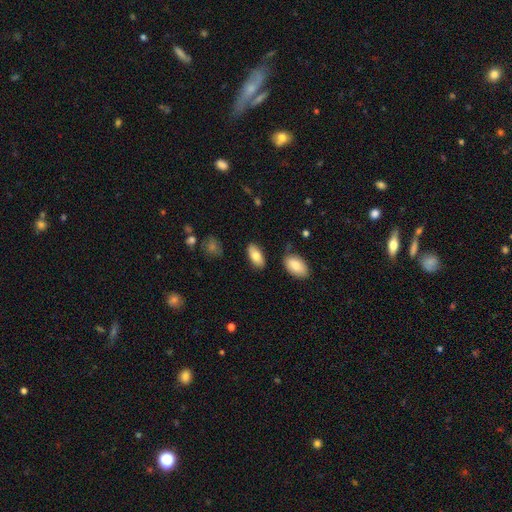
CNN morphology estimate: A smooth galaxy with no disk features (79%) that is in between round and cigar-shaped (91%).

Vote fractions:
- Smooth or featured? smooth: 79% / featured or disk: 14% / star or artifact: 7%
- How rounded? in between: 91% / cigar-shaped: 6% / round: 3%
- Merging? none: 83% / minor disturbance: 11% / merger: 3% / major disturbance: 2%